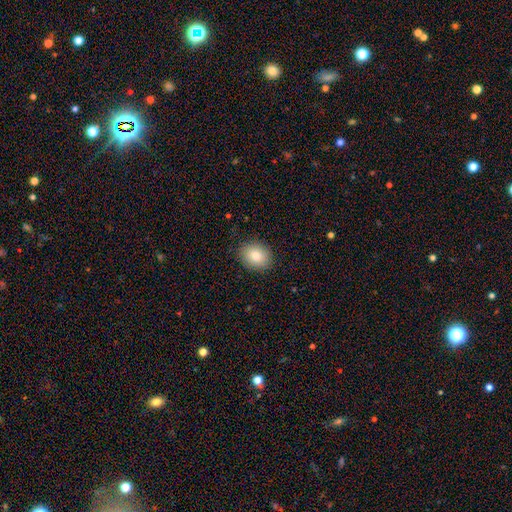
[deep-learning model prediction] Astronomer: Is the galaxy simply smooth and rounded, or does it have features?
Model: smooth — 83%.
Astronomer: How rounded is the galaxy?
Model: in between — 50% (runner-up: round, 49%).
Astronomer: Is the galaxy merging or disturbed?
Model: none — 88%.